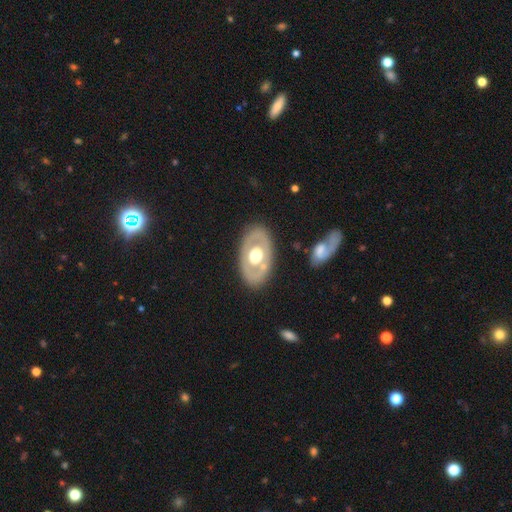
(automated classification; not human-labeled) Smooth or featured: featured or disk — 57% (smooth — 38%)
Edge-on disk: no — 90% (yes — 10%)
Bar: no — 91% (weak — 6%)
Spiral arms: no — 91% (yes — 9%)
Bulge size: moderate — 54% (large — 40%)
Merging: none — 81% (minor disturbance — 11%)